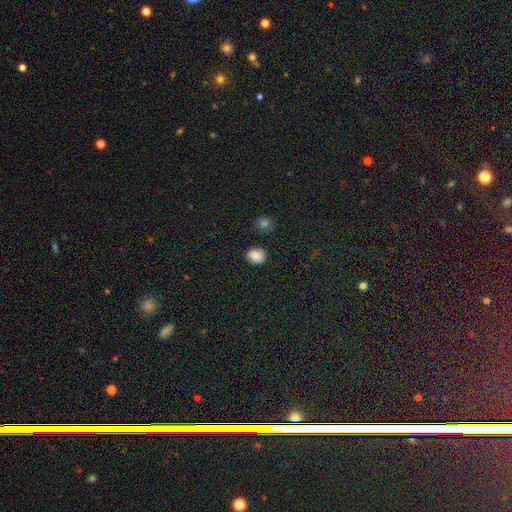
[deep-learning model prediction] Smooth or featured?
  - smooth: 84% *
  - star or artifact: 12%
  - featured or disk: 5%
How rounded?
  - round: 58% *
  - in between: 41%
  - cigar-shaped: 1%
Merging?
  - none: 79% *
  - minor disturbance: 15%
  - major disturbance: 3%
  - merger: 3%